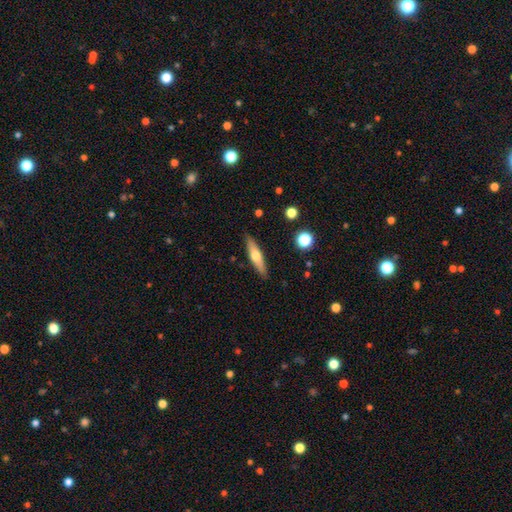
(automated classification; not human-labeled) smooth 49%, featured or disk 45%, star or artifact 6%. Down the decision tree: merging — none (89%).